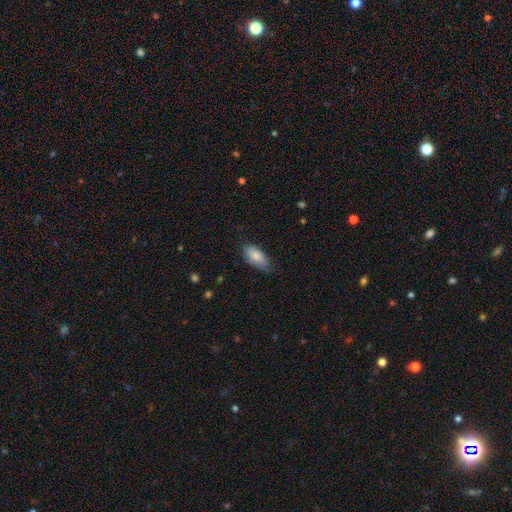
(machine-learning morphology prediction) type=smooth (82%); roundness=in between (89%); merging=none (65%).